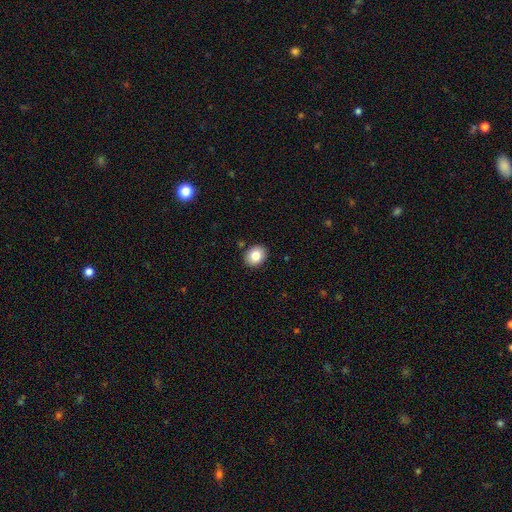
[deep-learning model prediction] This appears to be a smooth galaxy with no disk features (83%) that is round (50%). Merging: none (89%).